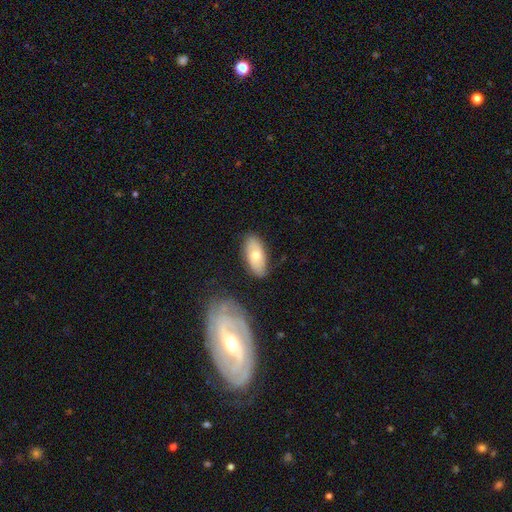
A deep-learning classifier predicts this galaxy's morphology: Smooth or featured? Predicted: smooth (p=0.63). How rounded? Predicted: in between (p=0.89). Merging? Predicted: none (p=0.78).